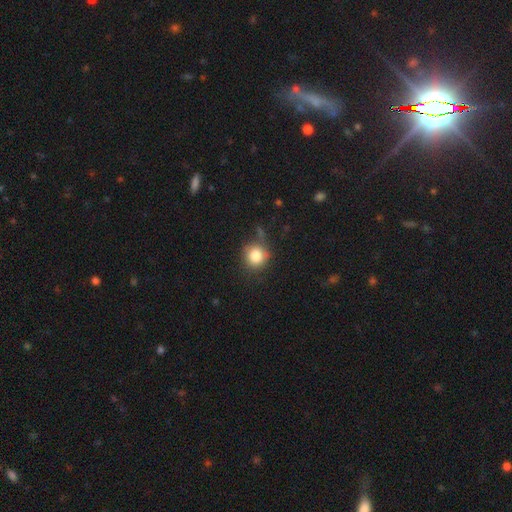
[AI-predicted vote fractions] smooth 83%, star or artifact 10%, featured or disk 7%. Down the decision tree: how rounded — round (89%); merging — none (72%).